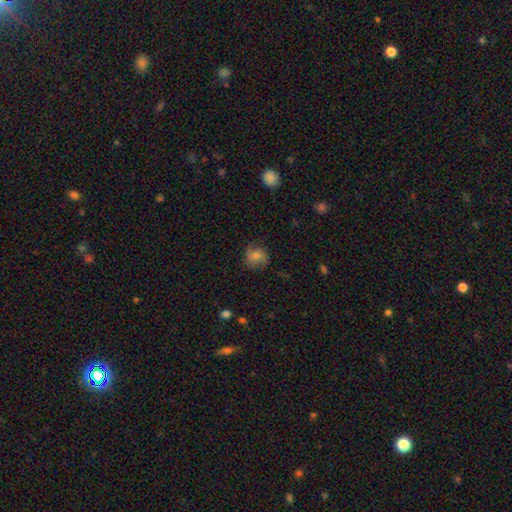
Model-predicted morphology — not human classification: This is possibly a smooth galaxy (55%). How rounded: likely round (80%). Merging: likely none (75%).